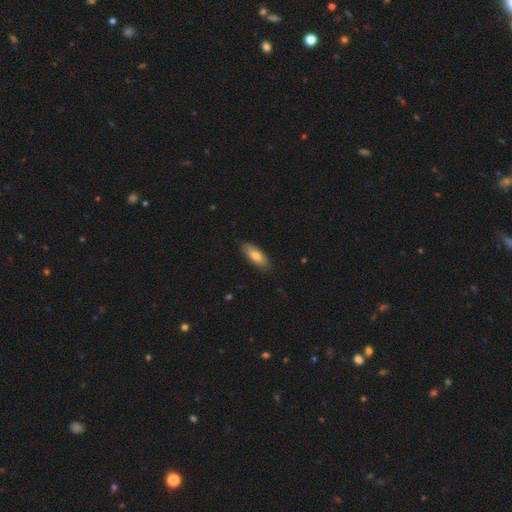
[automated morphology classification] A smooth galaxy with no disk features (75%) that is in between round and cigar-shaped (73%). Merging: none (84%).